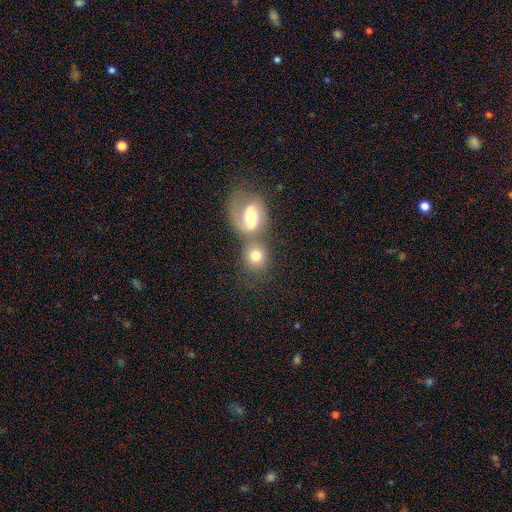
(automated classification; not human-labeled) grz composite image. It shows a smooth galaxy with no disk features (69%) that is round (73%). Merging: merger (52%).